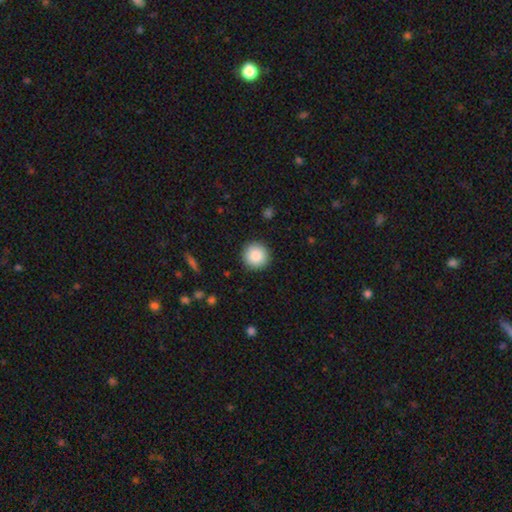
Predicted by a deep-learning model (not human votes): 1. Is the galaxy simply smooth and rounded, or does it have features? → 87% smooth, 8% star or artifact, 5% featured or disk.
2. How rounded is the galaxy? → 96% round, 3% in between, 1% cigar-shaped.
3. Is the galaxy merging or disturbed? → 92% none, 5% minor disturbance, 2% major disturbance, 1% merger.